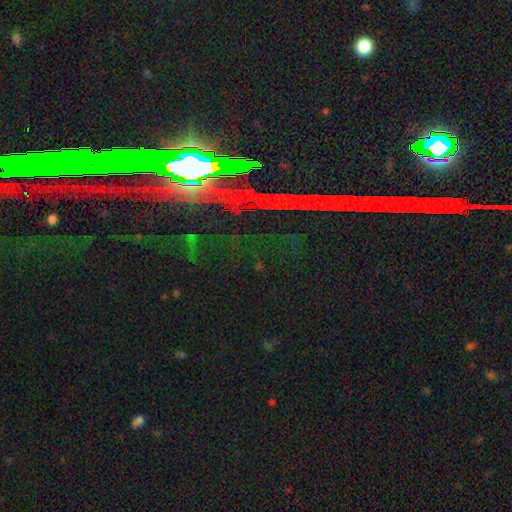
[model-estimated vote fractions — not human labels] star or artifact 77%, featured or disk 13%, smooth 10%.